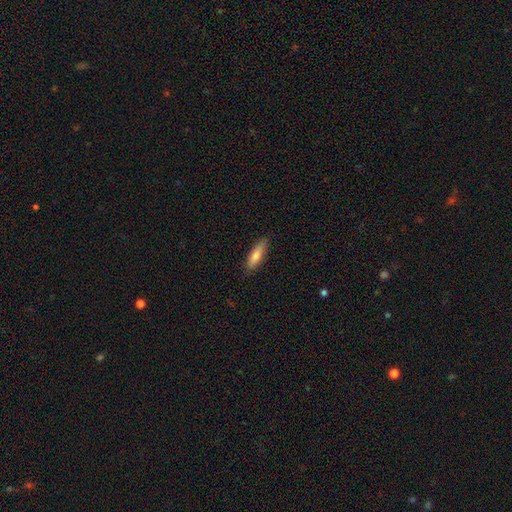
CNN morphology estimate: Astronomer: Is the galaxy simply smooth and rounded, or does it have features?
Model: smooth — 75%.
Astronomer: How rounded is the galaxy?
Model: cigar-shaped — 65%.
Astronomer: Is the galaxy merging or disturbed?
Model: none — 85%.